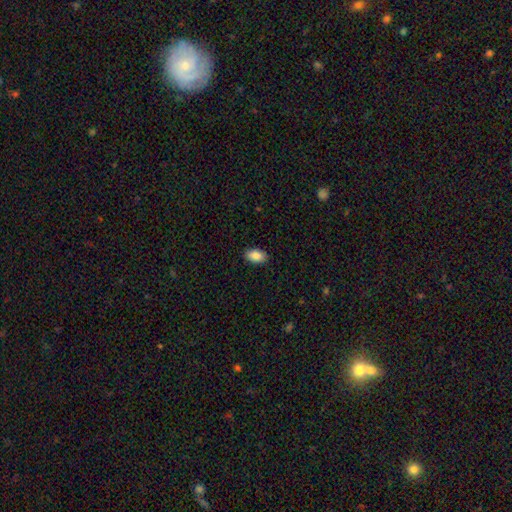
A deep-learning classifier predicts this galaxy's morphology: This appears to be a smooth galaxy with no disk features (88%) that is in between round and cigar-shaped (93%). Merging: none (89%).